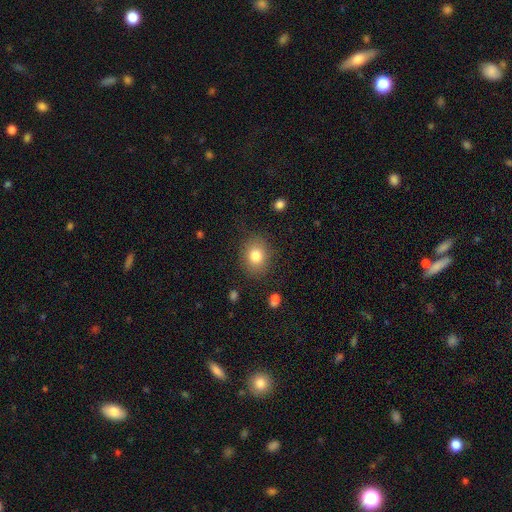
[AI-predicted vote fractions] A smooth galaxy with no disk features (80%) that is round (55%).

Vote fractions:
- Smooth or featured? smooth: 80% / star or artifact: 11% / featured or disk: 9%
- How rounded? round: 55% / in between: 44% / cigar-shaped: 1%
- Merging? none: 84% / minor disturbance: 10% / major disturbance: 4% / merger: 1%